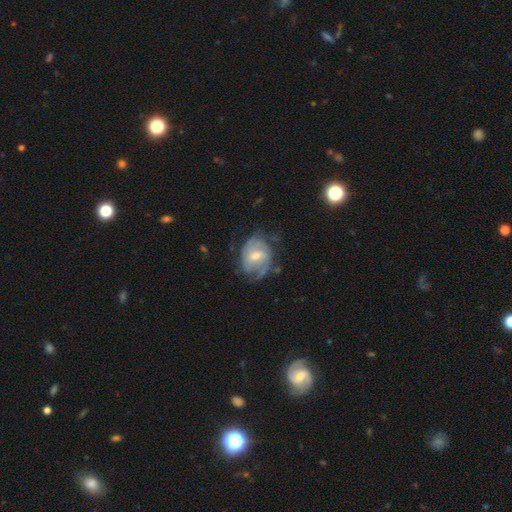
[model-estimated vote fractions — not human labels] Morphology: type=featured or disk (79%); edge-on=no (97%); bar=weak (60%); spiral arms=yes (92%); winding=medium (43%); arm count=2 (53%); bulge=moderate (56%); merging=none (58%).